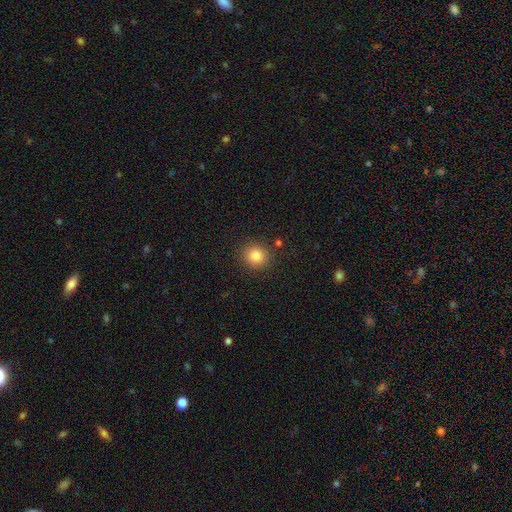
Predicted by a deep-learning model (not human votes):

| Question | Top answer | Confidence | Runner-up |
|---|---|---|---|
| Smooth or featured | smooth | 84% | star or artifact (11%) |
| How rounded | round | 87% | in between (12%) |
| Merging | none | 87% | minor disturbance (8%) |